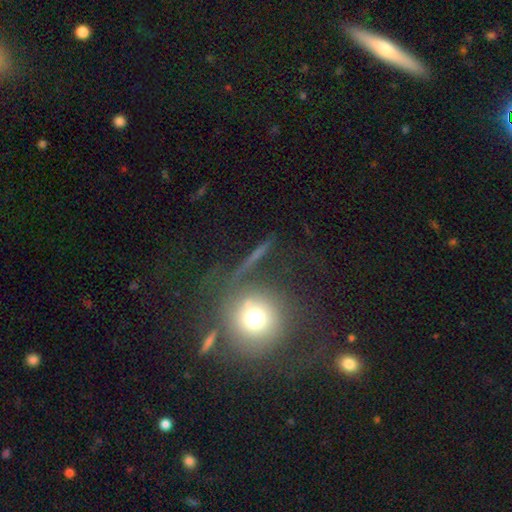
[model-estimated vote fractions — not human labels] This appears to be a smooth galaxy with no disk features (44%). Merging: none (70%).